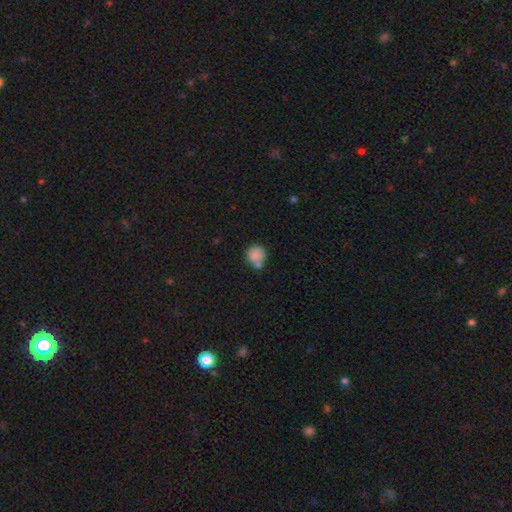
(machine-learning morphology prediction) Smooth or featured: smooth — 83% (star or artifact — 9%)
How rounded: round — 87% (in between — 12%)
Merging: none — 54% (merger — 26%)